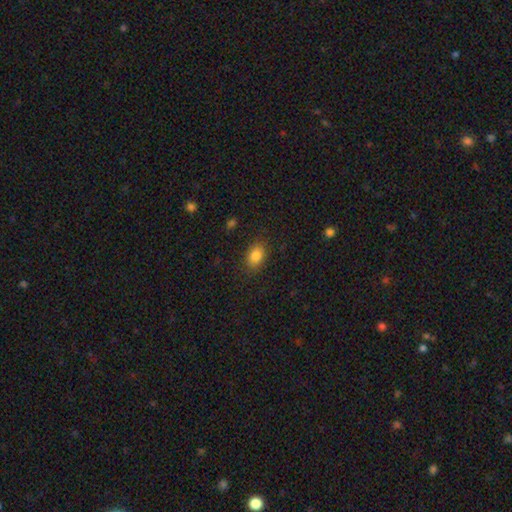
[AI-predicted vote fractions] A smooth galaxy with no disk features (84%) that is in between round and cigar-shaped (78%).

Vote fractions:
- Smooth or featured? smooth: 84% / star or artifact: 9% / featured or disk: 7%
- How rounded? in between: 78% / round: 21% / cigar-shaped: 1%
- Merging? none: 83% / minor disturbance: 12% / major disturbance: 3% / merger: 1%